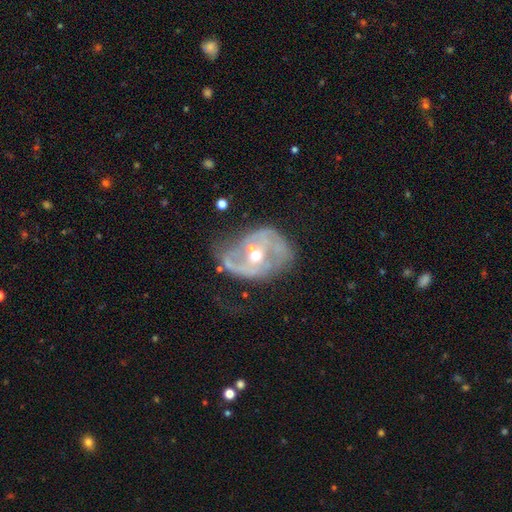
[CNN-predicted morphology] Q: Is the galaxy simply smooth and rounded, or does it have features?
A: featured or disk — 80%.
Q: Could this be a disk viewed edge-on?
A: no — 97%.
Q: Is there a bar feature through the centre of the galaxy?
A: no — 54%.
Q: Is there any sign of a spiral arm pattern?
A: yes — 73%.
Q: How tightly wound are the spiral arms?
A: medium — 41%.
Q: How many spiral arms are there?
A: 2 — 65%.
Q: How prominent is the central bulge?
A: moderate — 63%.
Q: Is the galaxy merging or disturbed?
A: none — 39%.